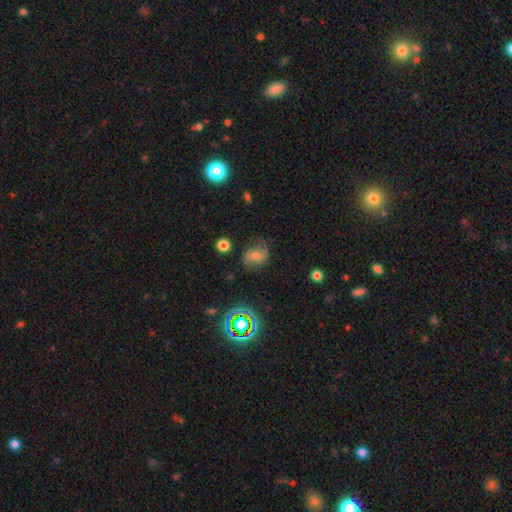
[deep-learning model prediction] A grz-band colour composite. It shows a smooth galaxy with no disk features (44%). Merging: none (63%).